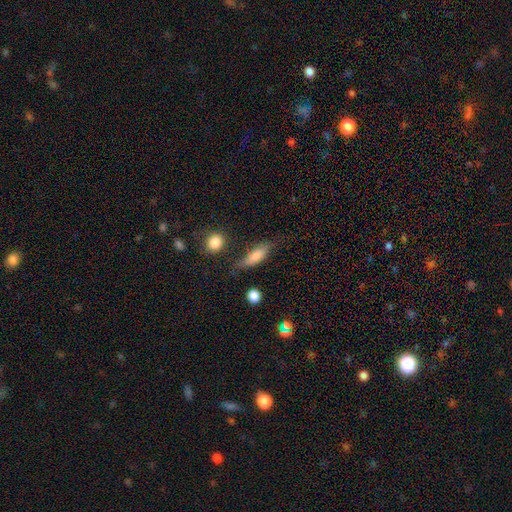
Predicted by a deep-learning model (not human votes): Smooth or featured? smooth (71%)
How rounded? in between (52%)
Merging? none (60%)